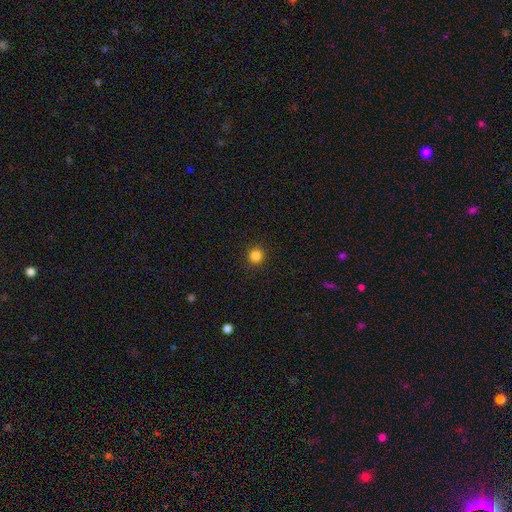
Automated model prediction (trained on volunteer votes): Smooth or featured?
  - smooth: 84% *
  - star or artifact: 13%
  - featured or disk: 4%
How rounded?
  - round: 92% *
  - in between: 7%
  - cigar-shaped: 1%
Merging?
  - none: 91% *
  - minor disturbance: 6%
  - major disturbance: 2%
  - merger: 1%